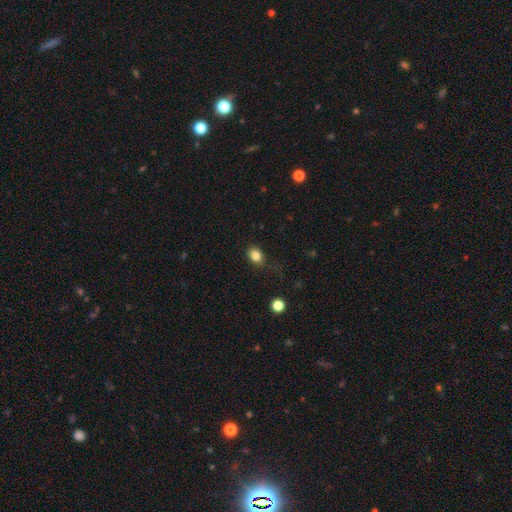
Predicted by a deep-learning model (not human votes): Overall: smooth (84%). How rounded: in between (54%; round 45%). Merging: none (77%).